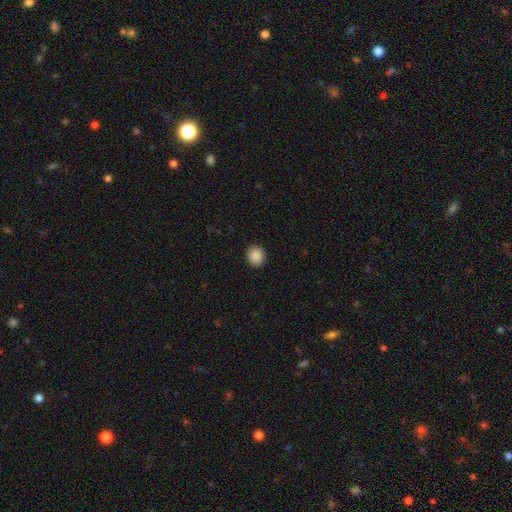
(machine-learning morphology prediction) smooth 89%, star or artifact 8%, featured or disk 3%. Down the decision tree: how rounded — round (73%); merging — none (92%).